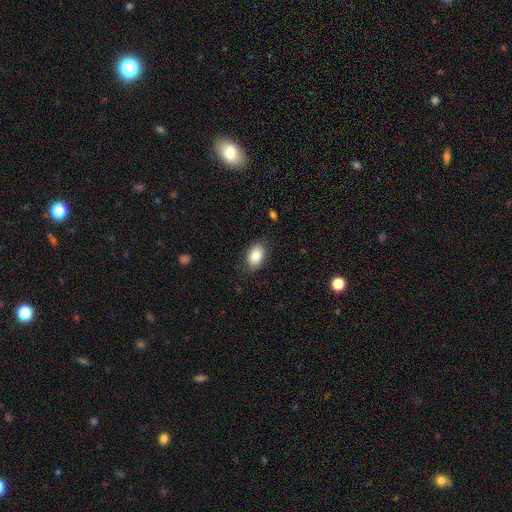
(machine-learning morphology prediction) This appears to be a smooth galaxy with no disk features (83%) that is in between round and cigar-shaped (87%). Merging: none (82%).